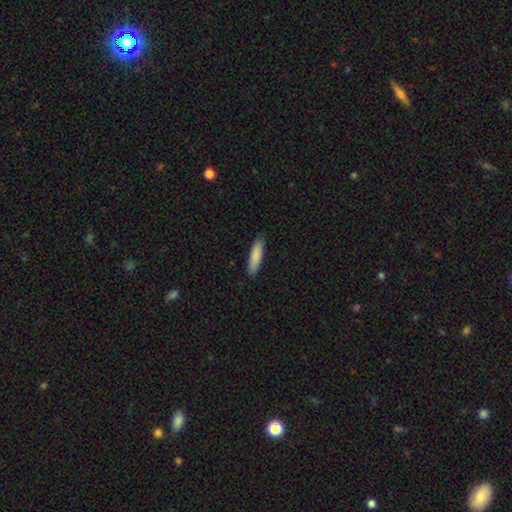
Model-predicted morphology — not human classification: Smooth or featured? smooth (86%)
How rounded? cigar-shaped (70%)
Merging? none (84%)